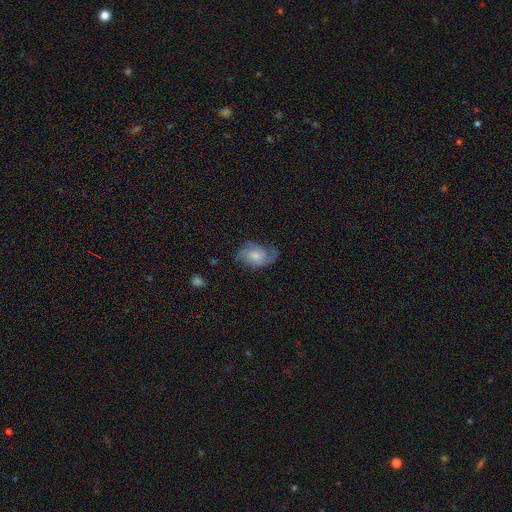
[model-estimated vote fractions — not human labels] Q: Smooth or featured?
A: featured or disk (66%); runner-up: smooth (27%)
Q: Edge-on disk?
A: no (97%); runner-up: yes (3%)
Q: Bar?
A: no (62%); runner-up: weak (33%)
Q: Spiral arms?
A: yes (91%); runner-up: no (9%)
Q: Spiral winding?
A: medium (44%); runner-up: tight (35%)
Q: Spiral arm count?
A: 2 (46%); runner-up: can't tell (19%)
Q: Bulge size?
A: moderate (45%); runner-up: small (29%)
Q: Merging?
A: none (57%); runner-up: minor disturbance (25%)